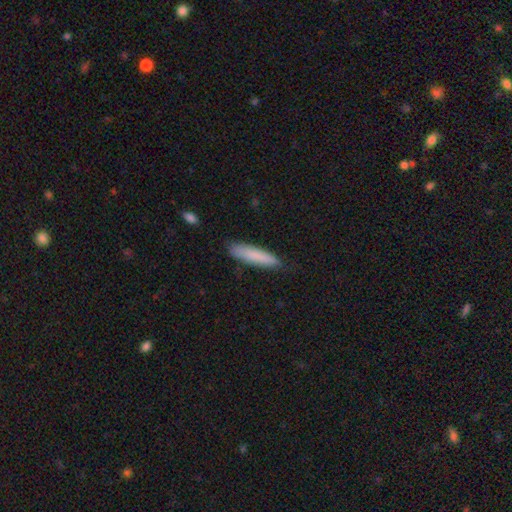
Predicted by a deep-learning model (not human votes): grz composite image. It shows a smooth galaxy with no disk features (83%) that is cigar-shaped (84%). Merging: none (84%).